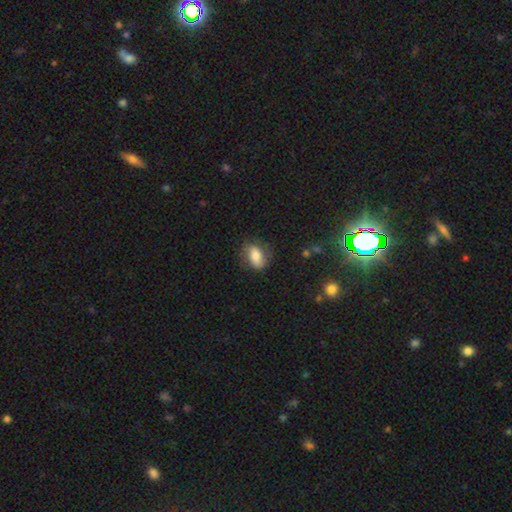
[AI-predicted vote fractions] A smooth galaxy with no disk features (63%) that is in between round and cigar-shaped (80%).

Vote fractions:
- Smooth or featured? smooth: 63% / featured or disk: 29% / star or artifact: 8%
- How rounded? in between: 80% / round: 17% / cigar-shaped: 3%
- Merging? none: 69% / minor disturbance: 21% / major disturbance: 9% / merger: 1%